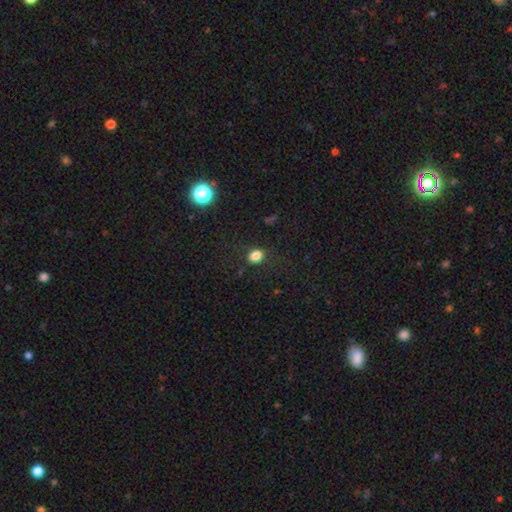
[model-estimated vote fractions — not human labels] Morphology: type=smooth (82%); roundness=in between (59%); merging=none (82%).